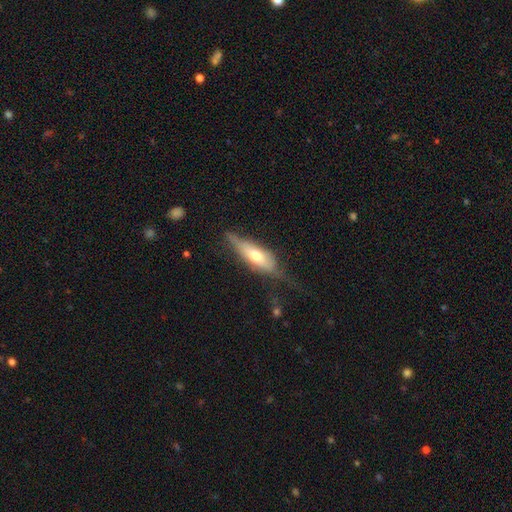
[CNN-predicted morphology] Smooth or featured? smooth (51%)
How rounded? in between (52%)
Merging? none (44%)